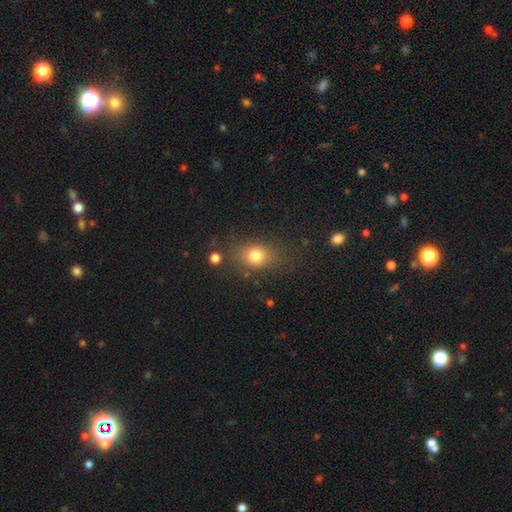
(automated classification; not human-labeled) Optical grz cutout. It shows a smooth galaxy with no disk features (78%) that is in between round and cigar-shaped (55%). Merging: none (72%).